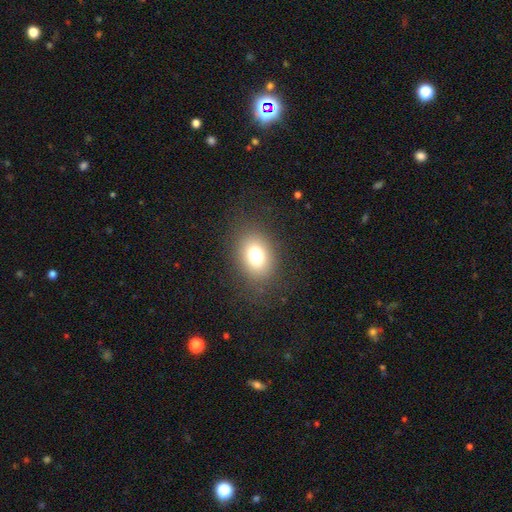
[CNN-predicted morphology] smooth_or_featured: smooth (p=0.75) [alt: star or artifact p=0.14]
how_rounded: in between (p=0.65) [alt: round p=0.34]
merging: none (p=0.83) [alt: minor disturbance p=0.10]